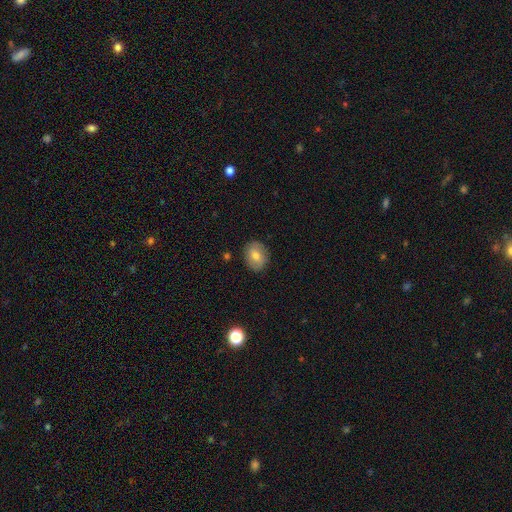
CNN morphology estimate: This appears to be a smooth galaxy with no disk features (70%) that is round (57%). Merging: none (86%).